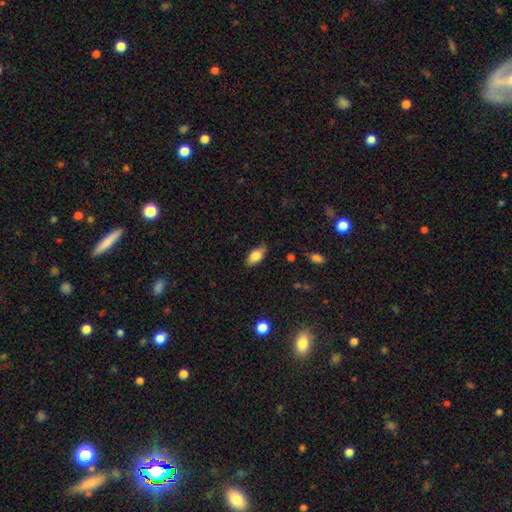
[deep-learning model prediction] smooth 79%, featured or disk 13%, star or artifact 7%. Down the decision tree: how rounded — in between (90%); merging — none (79%).